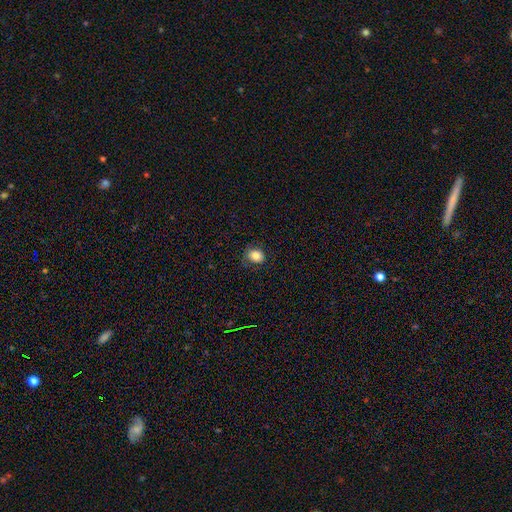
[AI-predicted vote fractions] A smooth galaxy with no disk features (82%) that is round (53%). Merging: none (79%).